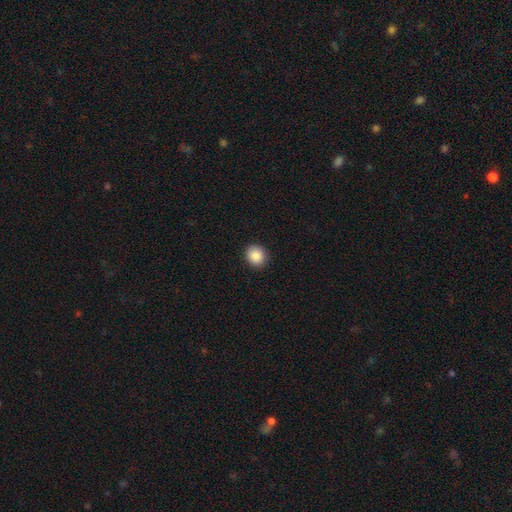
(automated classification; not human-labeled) This appears to be a smooth galaxy with no disk features (88%) that is round (83%). Merging: none (91%).